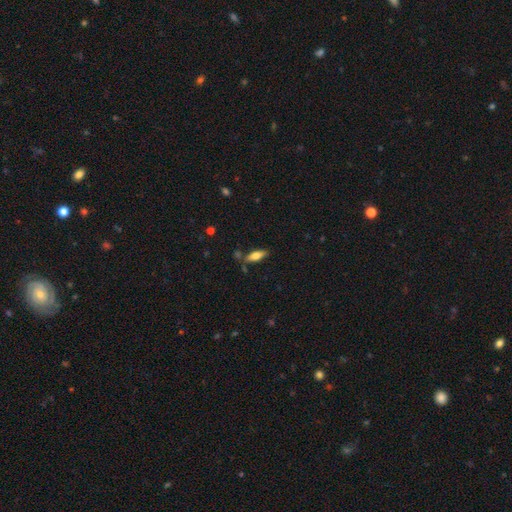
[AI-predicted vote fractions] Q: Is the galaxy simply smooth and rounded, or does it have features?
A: smooth — 67%.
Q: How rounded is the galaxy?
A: in between — 63%.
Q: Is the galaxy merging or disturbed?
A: none — 74%.